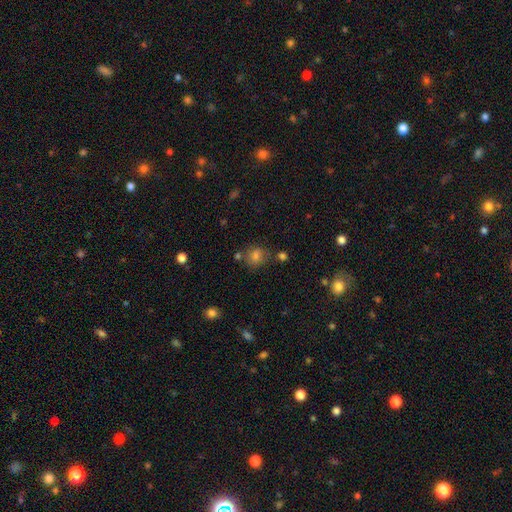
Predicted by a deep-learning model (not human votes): smooth 71%, star or artifact 19%, featured or disk 10%. Down the decision tree: how rounded — round (73%); merging — none (73%).